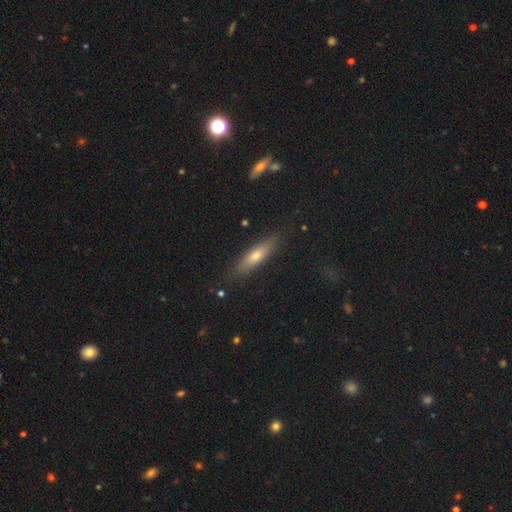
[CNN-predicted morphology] The model was most divided on "smooth or featured": smooth: 61%, featured or disk: 31%, star or artifact: 8%. More confident: merging — none (85%); how rounded — cigar-shaped (72%).